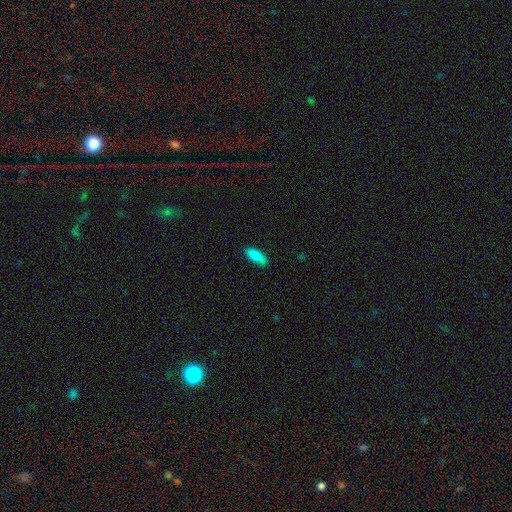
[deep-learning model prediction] Smooth or featured? smooth (88%)
How rounded? in between (69%)
Merging? none (84%)